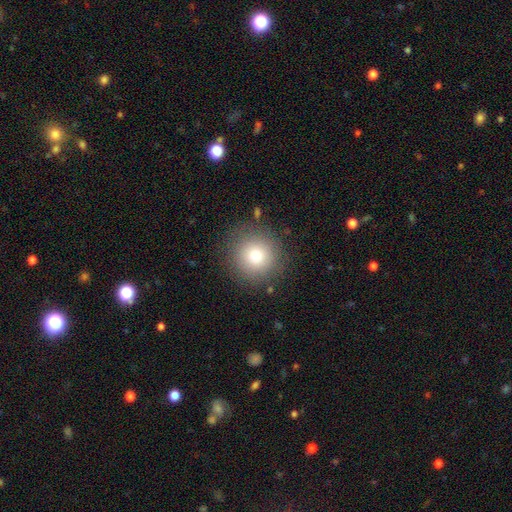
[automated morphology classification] This is likely a smooth galaxy (77%). How rounded: clearly round (95%). Merging: clearly none (87%).